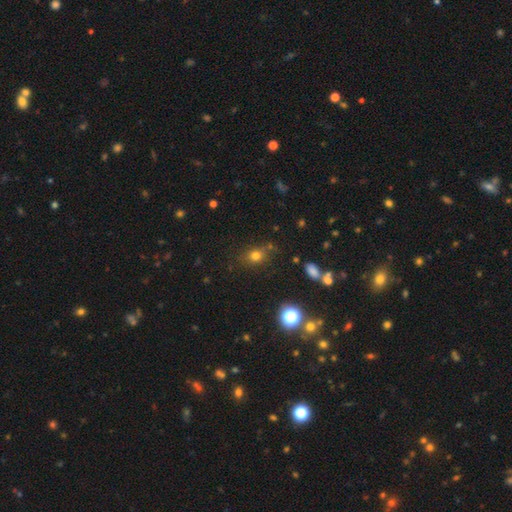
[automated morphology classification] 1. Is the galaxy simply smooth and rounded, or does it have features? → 73% smooth, 19% star or artifact, 9% featured or disk.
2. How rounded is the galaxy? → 59% round, 39% in between, 2% cigar-shaped.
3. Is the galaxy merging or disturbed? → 72% none, 16% minor disturbance, 6% merger, 6% major disturbance.